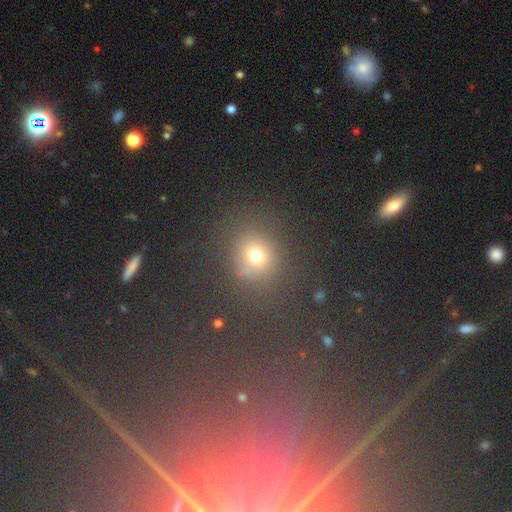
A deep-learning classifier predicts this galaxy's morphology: Smooth or featured? smooth (69%)
How rounded? round (73%)
Merging? none (71%)